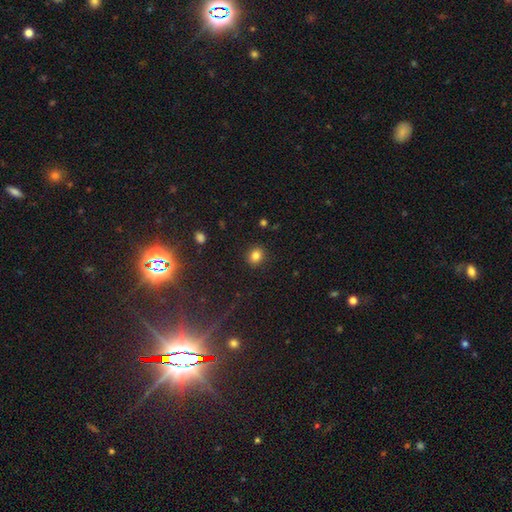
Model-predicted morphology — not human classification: smooth 83%, star or artifact 12%, featured or disk 6%. Down the decision tree: how rounded — round (71%); merging — none (89%).